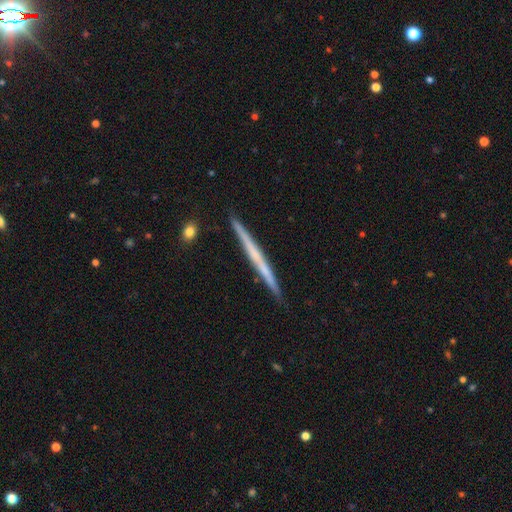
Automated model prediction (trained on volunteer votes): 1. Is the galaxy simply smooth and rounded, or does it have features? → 58% featured or disk, 36% smooth, 5% star or artifact.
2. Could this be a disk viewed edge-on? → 98% yes, 2% no.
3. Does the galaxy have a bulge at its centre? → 85% none, 11% rounded, 4% boxy.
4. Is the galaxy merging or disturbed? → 91% none, 6% minor disturbance, 1% merger, 1% major disturbance.